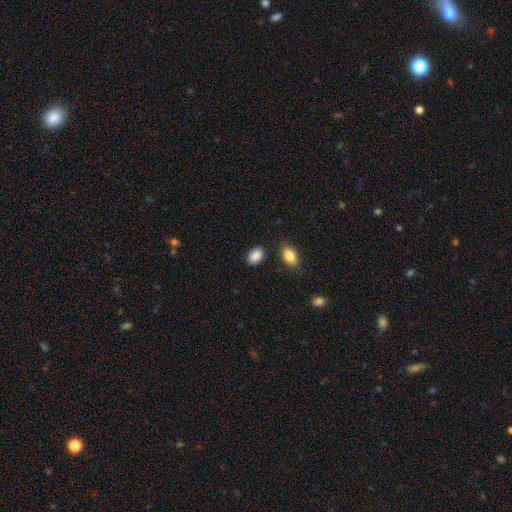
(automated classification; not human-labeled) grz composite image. It shows a smooth galaxy with no disk features (89%) that is in between round and cigar-shaped (83%). Merging: none (83%).